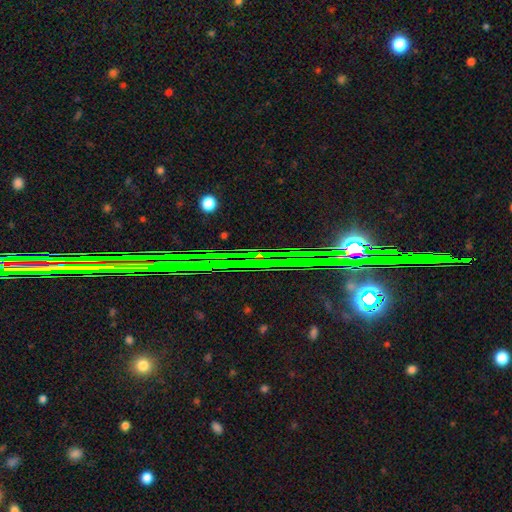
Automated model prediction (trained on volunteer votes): The model was most divided on "smooth or featured": star or artifact: 78%, featured or disk: 11%, smooth: 11%.